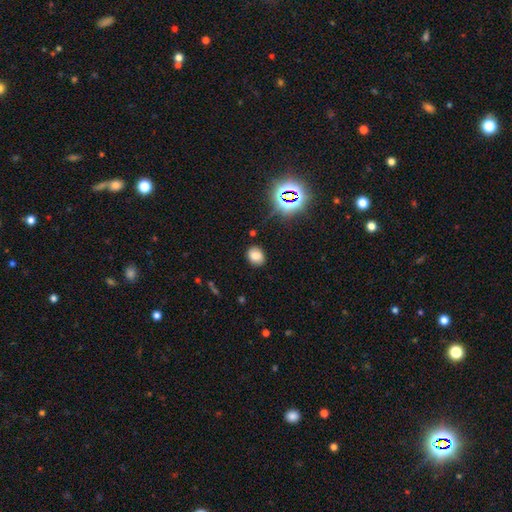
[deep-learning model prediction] Smooth or featured? Predicted: smooth (p=0.72). How rounded? Predicted: round (p=0.52). Merging? Predicted: none (p=0.85).